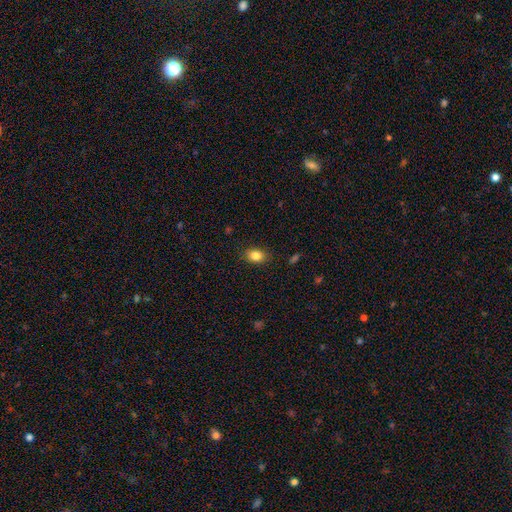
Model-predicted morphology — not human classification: Q: Smooth or featured?
A: smooth (85%); runner-up: star or artifact (9%)
Q: How rounded?
A: in between (77%); runner-up: round (22%)
Q: Merging?
A: none (87%); runner-up: minor disturbance (10%)